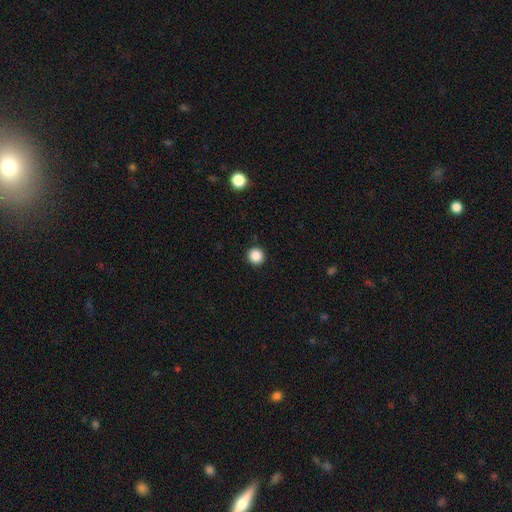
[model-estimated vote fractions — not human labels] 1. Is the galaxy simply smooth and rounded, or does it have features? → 88% smooth, 10% star or artifact, 3% featured or disk.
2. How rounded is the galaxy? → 95% round, 4% in between, 1% cigar-shaped.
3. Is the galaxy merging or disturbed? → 93% none, 5% minor disturbance, 2% major disturbance, 1% merger.